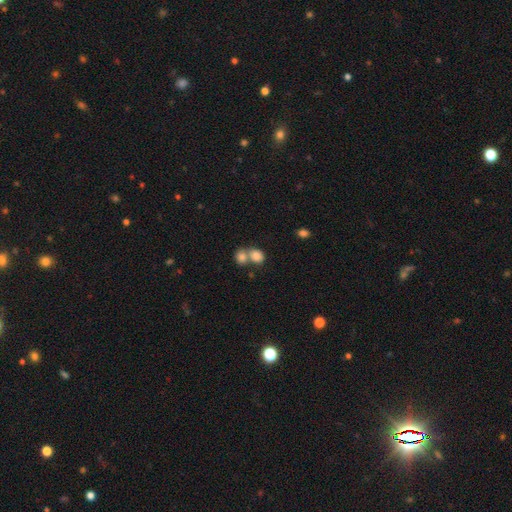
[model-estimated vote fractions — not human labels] smooth 82%, star or artifact 9%, featured or disk 9%. Down the decision tree: how rounded — round (56%); merging — merger (60%).